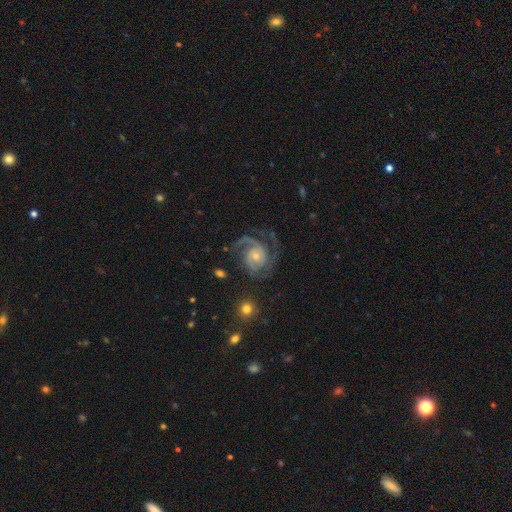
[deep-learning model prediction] This is clearly a featured or disk galaxy (90%). It is clearly not viewed edge-on (98%). Bar: likely no (72%). Spiral arm pattern: clearly yes (98%). Spiral arm count: possibly 2 (53%). Spiral winding: possibly medium (48%). Central bulge: likely small (62%). Merging: likely none (63%).